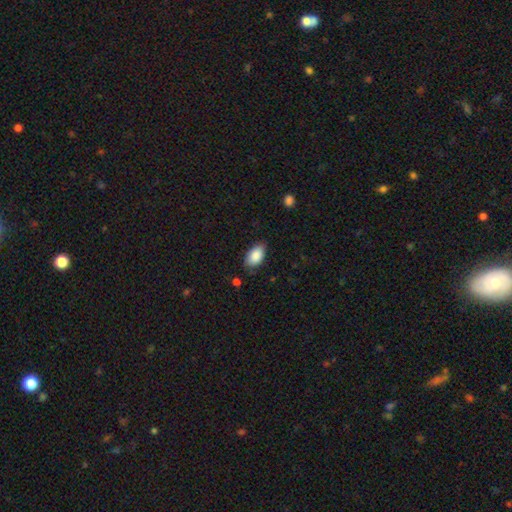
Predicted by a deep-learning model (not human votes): Smooth or featured?
  - smooth: 88% *
  - star or artifact: 6%
  - featured or disk: 6%
How rounded?
  - in between: 94% *
  - round: 4%
  - cigar-shaped: 2%
Merging?
  - none: 78% *
  - minor disturbance: 17%
  - major disturbance: 3%
  - merger: 2%